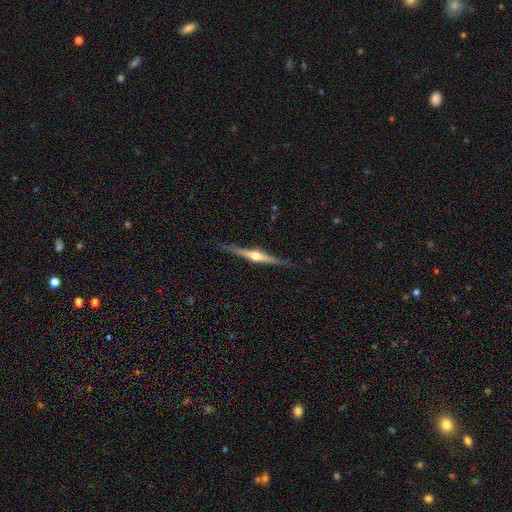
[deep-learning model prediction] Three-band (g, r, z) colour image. It shows a featured or disk galaxy (81%) viewed edge-on (98%) with a rounded central bulge (95%). Merging: none (88%).